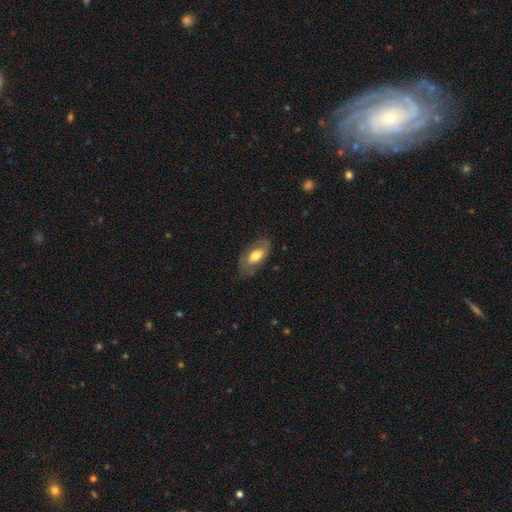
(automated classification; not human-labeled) Morphology: type=smooth (52%); roundness=in between (89%); merging=none (65%).